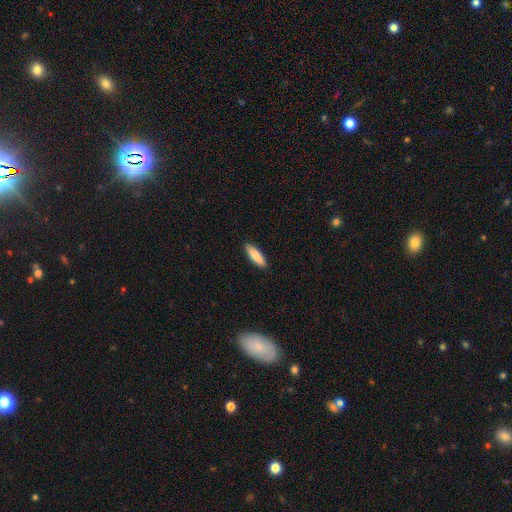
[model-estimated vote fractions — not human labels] This appears to be a smooth galaxy with no disk features (83%) that is cigar-shaped (50%). Merging: none (90%).